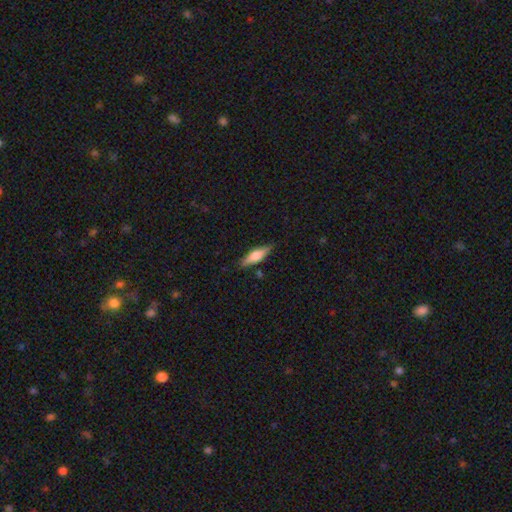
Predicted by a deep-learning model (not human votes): smooth 50%, featured or disk 44%, star or artifact 6%. Down the decision tree: merging — none (85%).